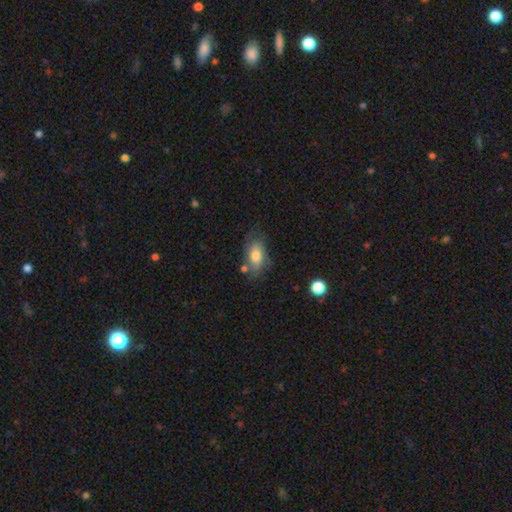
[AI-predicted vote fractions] Smooth or featured: smooth — 72% (featured or disk — 21%)
How rounded: in between — 88% (round — 7%)
Merging: none — 61% (minor disturbance — 23%)